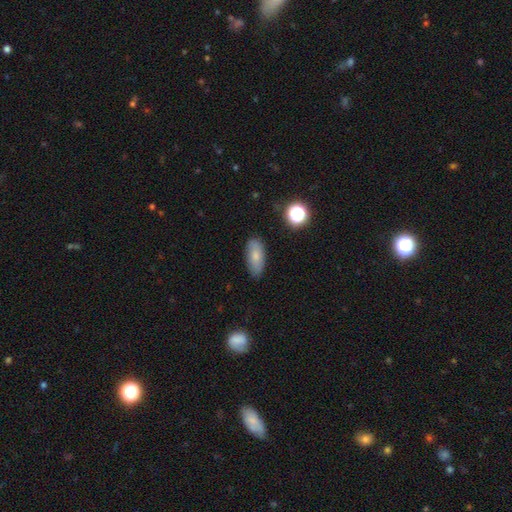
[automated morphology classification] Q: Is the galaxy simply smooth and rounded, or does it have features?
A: smooth — 77%.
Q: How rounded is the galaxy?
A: in between — 87%.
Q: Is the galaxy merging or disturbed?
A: none — 82%.